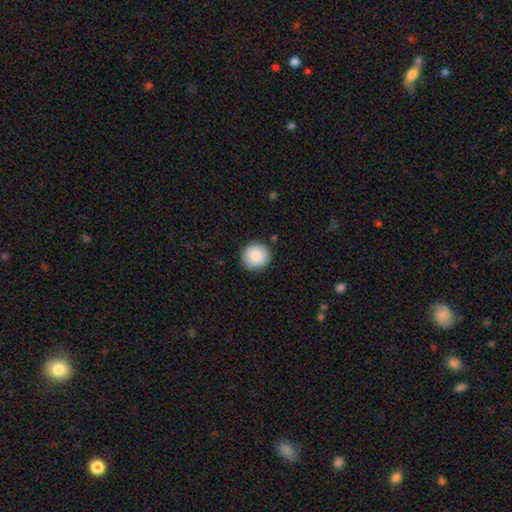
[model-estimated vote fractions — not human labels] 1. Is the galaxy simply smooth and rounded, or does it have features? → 88% smooth, 7% star or artifact, 4% featured or disk.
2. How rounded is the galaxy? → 93% round, 6% in between, 1% cigar-shaped.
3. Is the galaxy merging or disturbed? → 90% none, 7% minor disturbance, 2% major disturbance, 1% merger.